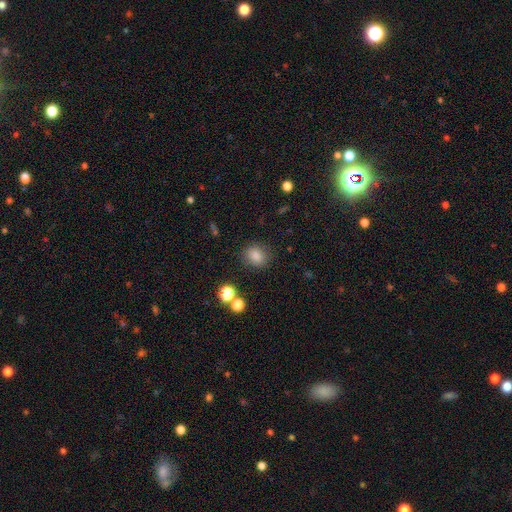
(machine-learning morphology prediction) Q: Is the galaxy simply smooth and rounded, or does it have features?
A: smooth — 83%.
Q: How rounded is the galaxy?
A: round — 54%.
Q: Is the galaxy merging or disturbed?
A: none — 82%.